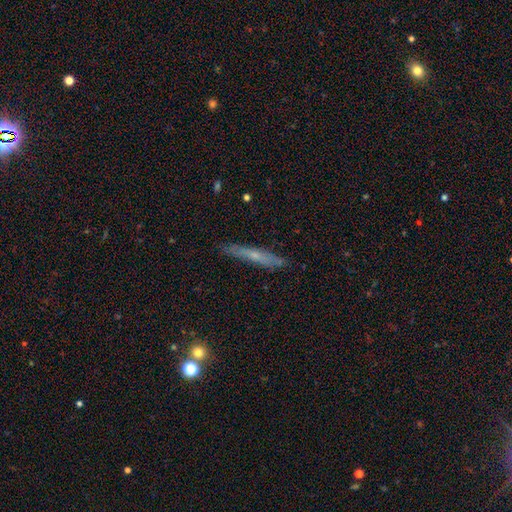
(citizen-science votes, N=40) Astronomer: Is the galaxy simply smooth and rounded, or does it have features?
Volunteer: smooth — 52% (runner-up: featured or disk, 48%).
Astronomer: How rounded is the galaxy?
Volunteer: cigar-shaped — 95%.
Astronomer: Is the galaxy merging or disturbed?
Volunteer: none — 82%.